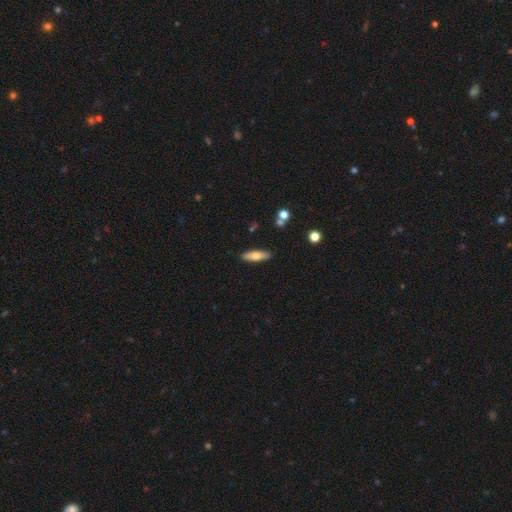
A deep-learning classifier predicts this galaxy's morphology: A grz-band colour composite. It shows a smooth galaxy with no disk features (66%) that is in between round and cigar-shaped (49%, tied with cigar-shaped). Merging: none (87%).